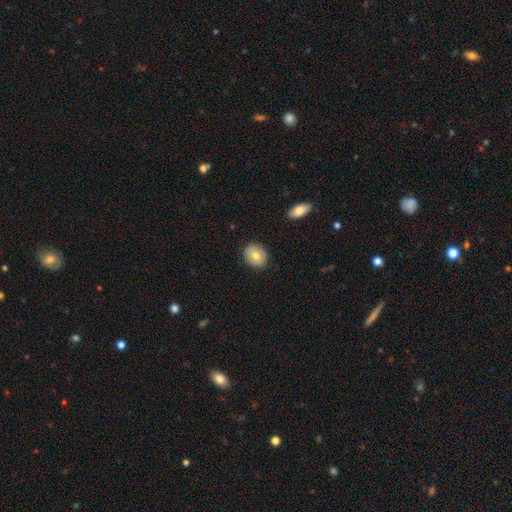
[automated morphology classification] A smooth galaxy with no disk features (72%) that is round (59%). Merging: none (88%).